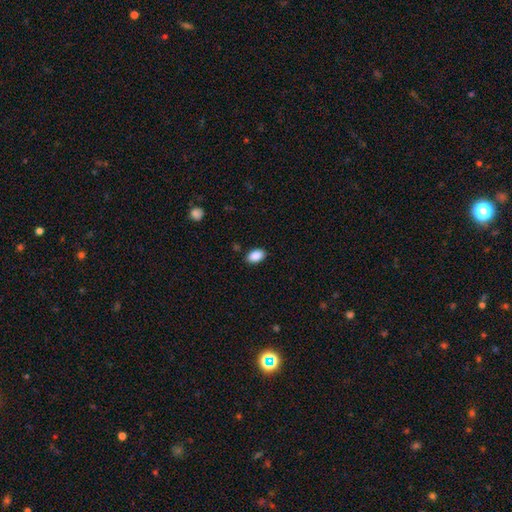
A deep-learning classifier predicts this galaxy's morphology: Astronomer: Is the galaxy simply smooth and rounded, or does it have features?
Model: smooth — 90%.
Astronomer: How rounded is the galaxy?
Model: in between — 91%.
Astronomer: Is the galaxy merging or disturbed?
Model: none — 88%.